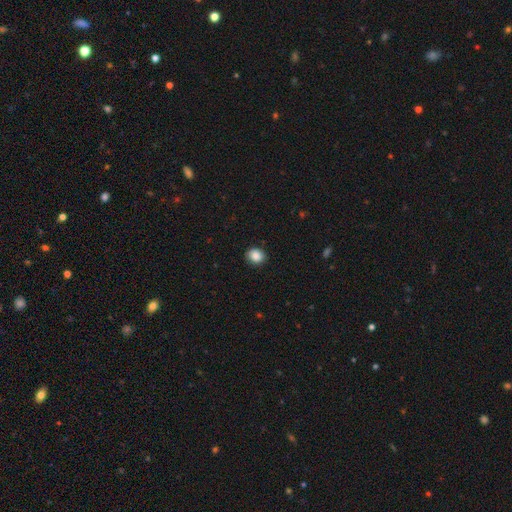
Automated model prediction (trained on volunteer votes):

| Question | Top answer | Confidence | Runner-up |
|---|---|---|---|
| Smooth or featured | smooth | 87% | star or artifact (9%) |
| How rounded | round | 69% | in between (30%) |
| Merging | none | 88% | minor disturbance (9%) |